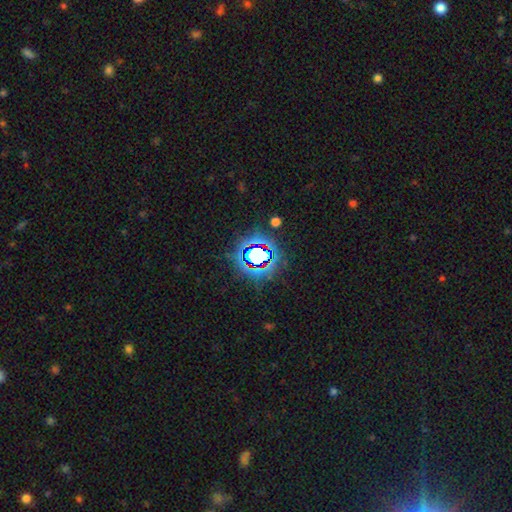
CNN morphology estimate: type=star or artifact (69%).